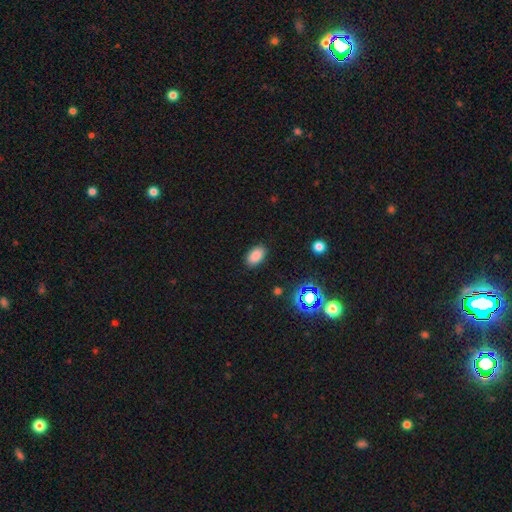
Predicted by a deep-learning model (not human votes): Q: Smooth or featured?
A: smooth (84%); runner-up: star or artifact (12%)
Q: How rounded?
A: in between (92%); runner-up: round (6%)
Q: Merging?
A: none (88%); runner-up: minor disturbance (8%)